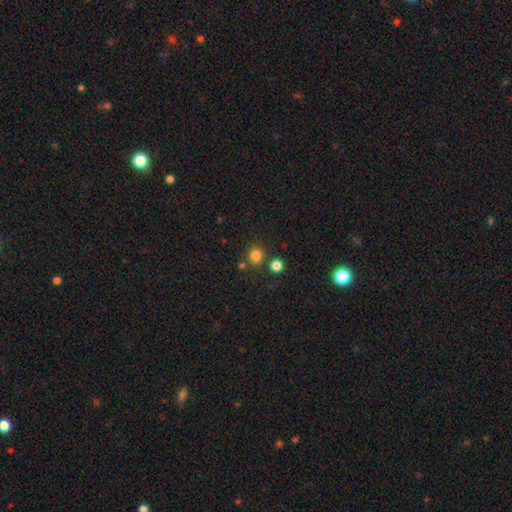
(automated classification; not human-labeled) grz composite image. It shows a smooth galaxy with no disk features (81%) that is round (87%). Merging: none (79%).